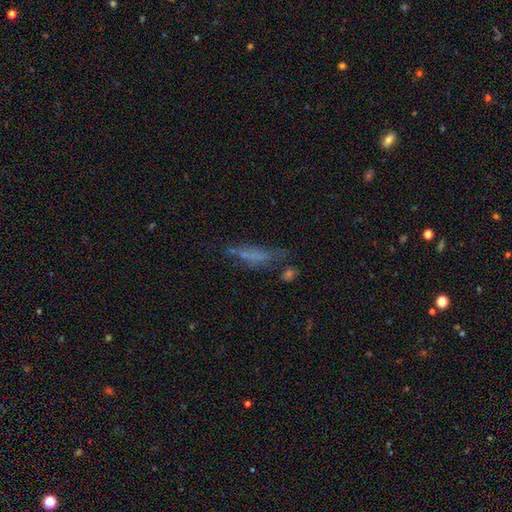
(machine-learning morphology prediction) A smooth galaxy with no disk features (45%).

Vote fractions:
- Smooth or featured? smooth: 45% / featured or disk: 36% / star or artifact: 19%
- Merging? none: 43% / minor disturbance: 23% / major disturbance: 22% / merger: 12%